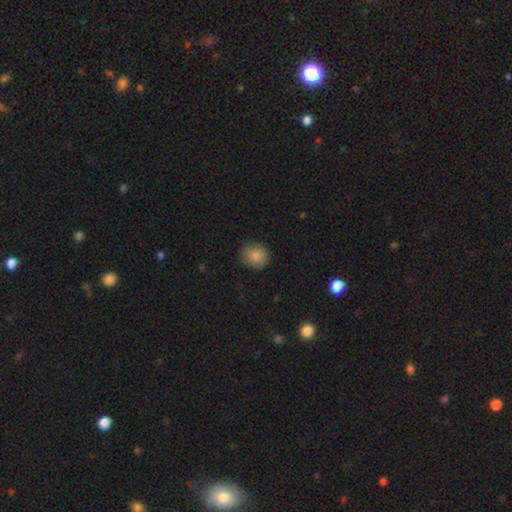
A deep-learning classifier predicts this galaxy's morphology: smooth-or-featured: smooth: 86% | star or artifact: 8% | featured or disk: 6%
  how-rounded: round: 74% | in between: 25% | cigar-shaped: 1%
  merging: none: 83% | minor disturbance: 13% | major disturbance: 3% | merger: 1%